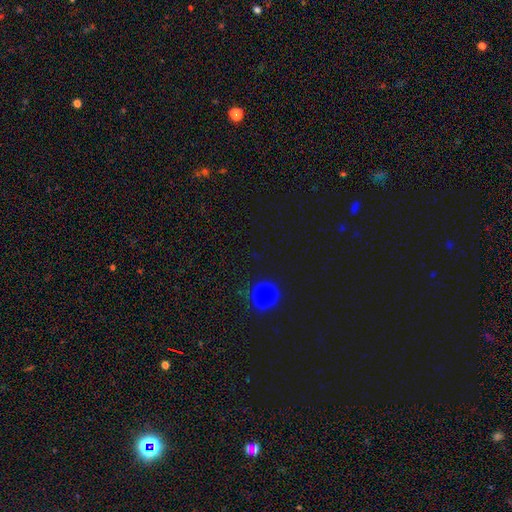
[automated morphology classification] type=star or artifact (57%).